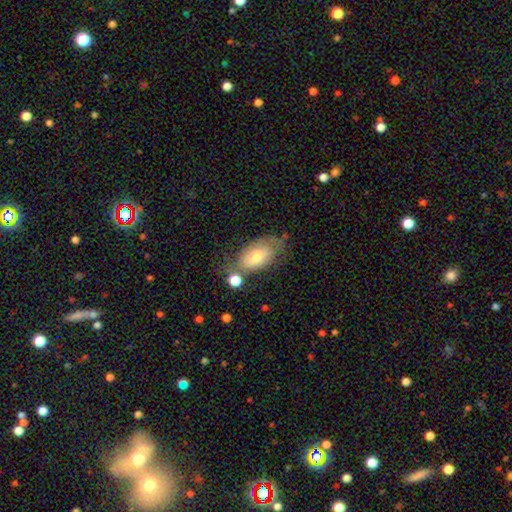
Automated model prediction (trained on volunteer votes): A smooth galaxy with no disk features (58%) that is in between round and cigar-shaped (90%). Merging: none (51%).